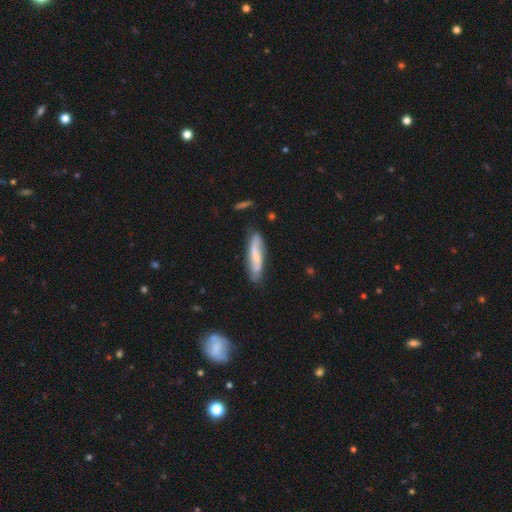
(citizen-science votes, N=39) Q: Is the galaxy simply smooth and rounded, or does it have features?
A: smooth — 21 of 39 (54%).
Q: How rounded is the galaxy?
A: cigar-shaped — 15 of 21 (71%).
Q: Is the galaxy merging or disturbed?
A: none — 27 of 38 (71%).